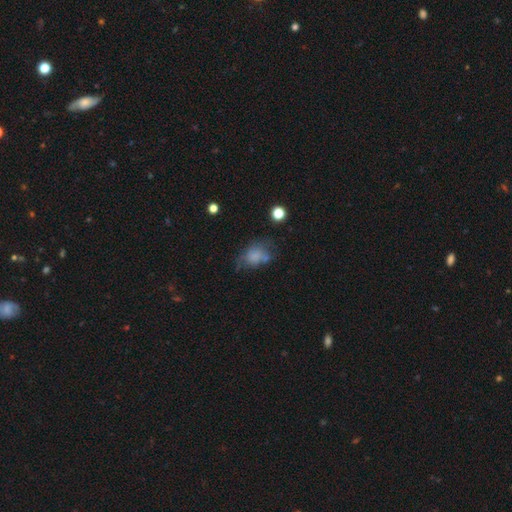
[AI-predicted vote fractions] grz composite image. It shows a smooth galaxy with no disk features (65%) that is in between round and cigar-shaped (71%). Merging: none (37%).